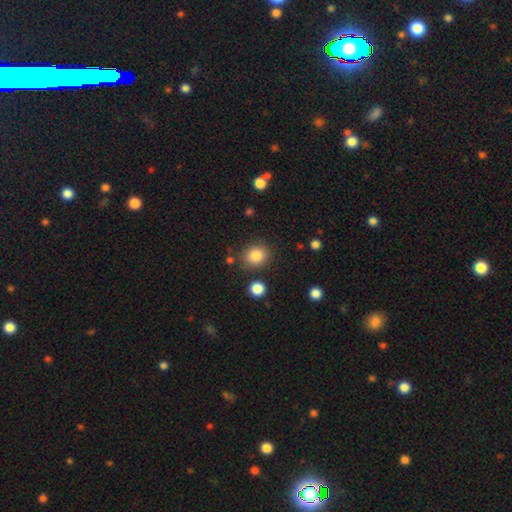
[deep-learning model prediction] smooth 85%, star or artifact 10%, featured or disk 5%. Down the decision tree: how rounded — round (73%); merging — none (82%).